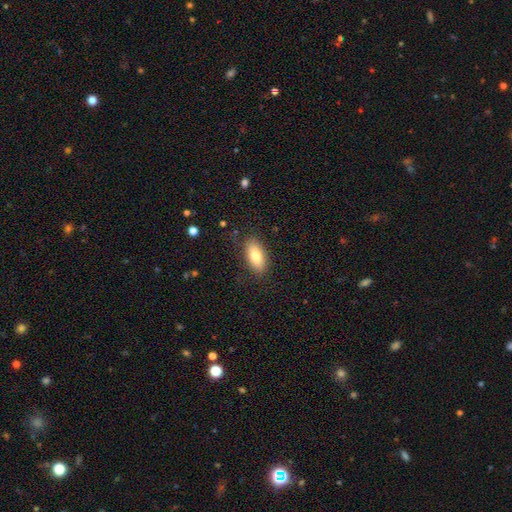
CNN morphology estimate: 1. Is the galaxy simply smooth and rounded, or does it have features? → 79% smooth, 14% featured or disk, 7% star or artifact.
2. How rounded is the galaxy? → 88% in between, 8% cigar-shaped, 3% round.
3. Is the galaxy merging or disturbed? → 84% none, 12% minor disturbance, 3% major disturbance, 1% merger.